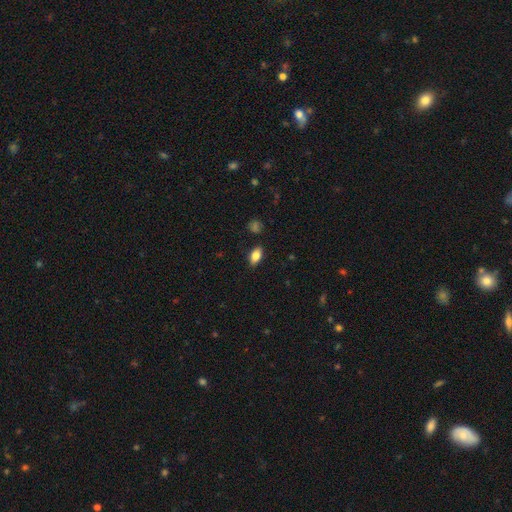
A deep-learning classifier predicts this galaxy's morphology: Smooth or featured? smooth (82%)
How rounded? in between (89%)
Merging? none (87%)